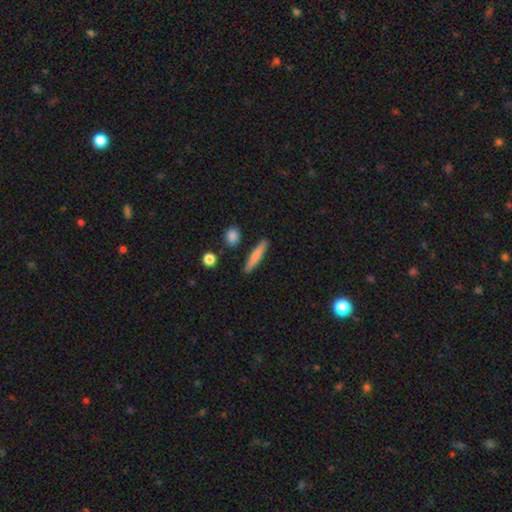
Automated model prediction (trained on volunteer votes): Smooth or featured: smooth — 75% (featured or disk — 19%)
How rounded: cigar-shaped — 90% (in between — 8%)
Merging: none — 87% (minor disturbance — 9%)